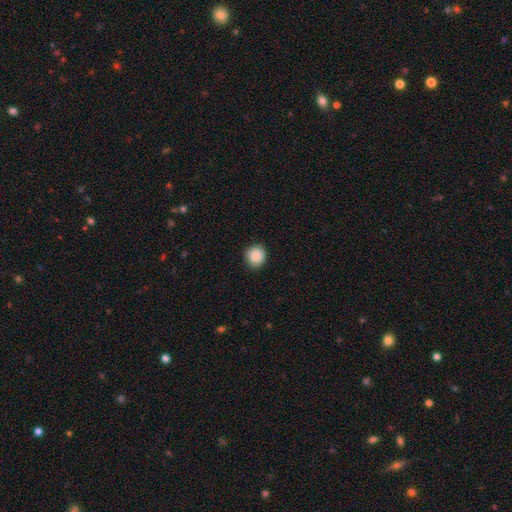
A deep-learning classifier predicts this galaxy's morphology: smooth_or_featured: smooth (p=0.87) [alt: star or artifact p=0.08]
how_rounded: round (p=0.85) [alt: in between p=0.14]
merging: none (p=0.89) [alt: minor disturbance p=0.08]